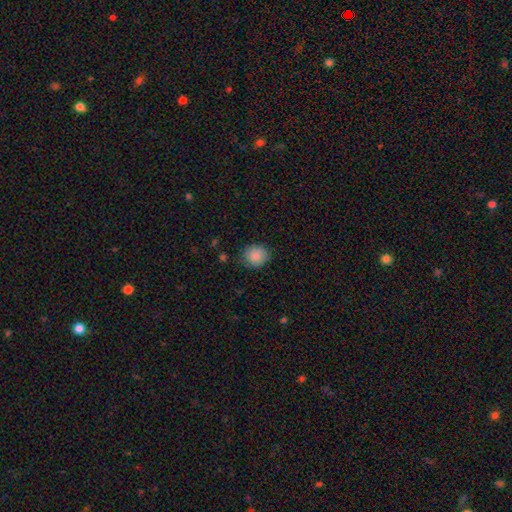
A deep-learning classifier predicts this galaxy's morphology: A smooth galaxy with no disk features (87%) that is round (82%). Merging: none (82%).